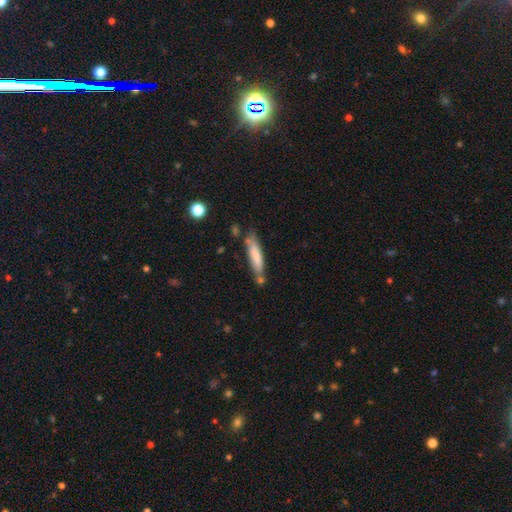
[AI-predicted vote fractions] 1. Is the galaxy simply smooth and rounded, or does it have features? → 74% smooth, 20% featured or disk, 6% star or artifact.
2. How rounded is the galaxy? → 81% cigar-shaped, 17% in between, 1% round.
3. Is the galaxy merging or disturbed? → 61% none, 21% minor disturbance, 13% merger, 5% major disturbance.